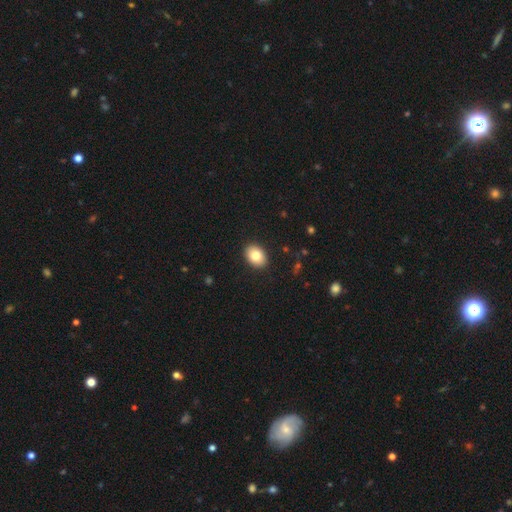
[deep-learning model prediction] Overall: smooth (82%). How rounded: in between (76%). Merging: none (90%).